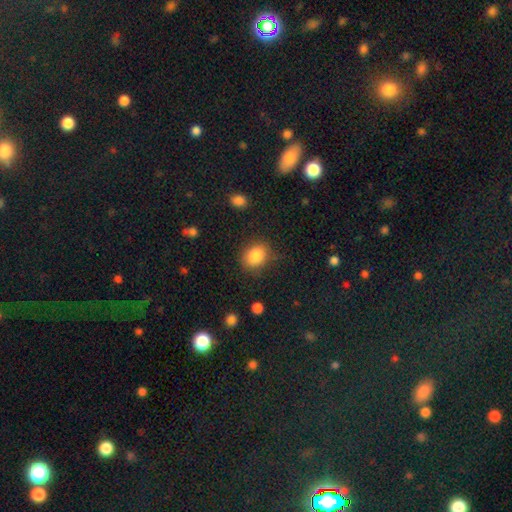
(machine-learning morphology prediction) Smooth or featured: smooth — 86% (star or artifact — 9%)
How rounded: in between — 50% (round — 49%)
Merging: none — 79% (minor disturbance — 15%)